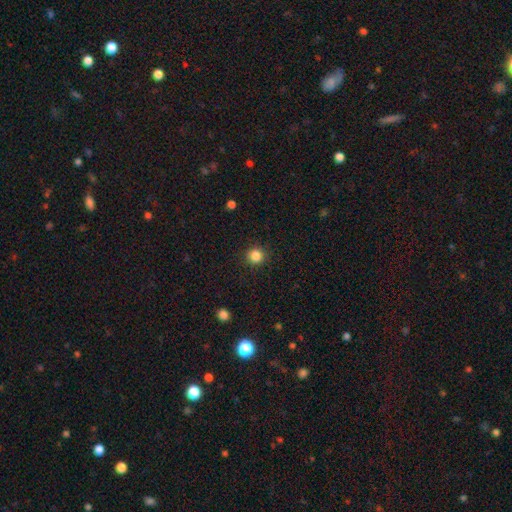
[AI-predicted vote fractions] This appears to be a smooth galaxy with no disk features (85%) that is round (93%). Merging: none (91%).